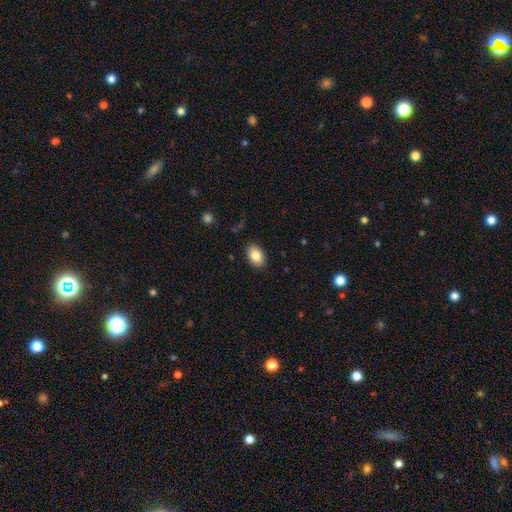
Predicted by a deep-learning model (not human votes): smooth_or_featured: smooth (p=0.84) [alt: featured or disk p=0.08]
how_rounded: in between (p=0.85) [alt: round p=0.14]
merging: none (p=0.88) [alt: minor disturbance p=0.09]